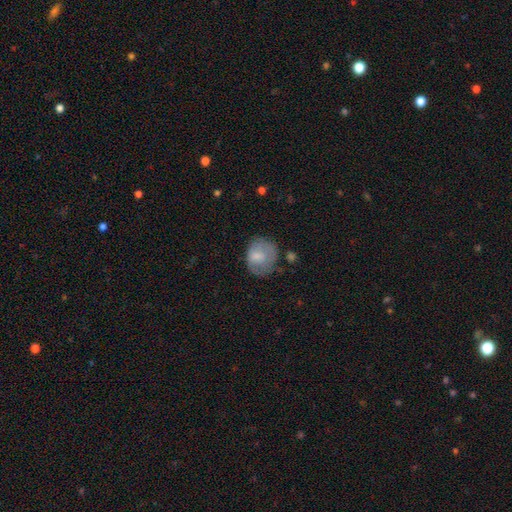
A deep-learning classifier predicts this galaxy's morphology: Smooth or featured? Predicted: smooth (p=0.63). How rounded? Predicted: round (p=0.61). Merging? Predicted: none (p=0.63).